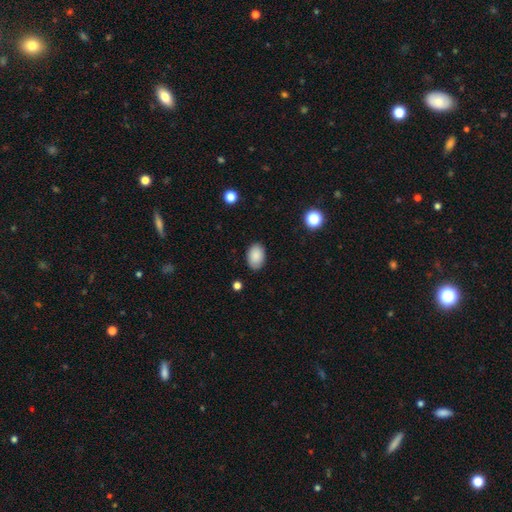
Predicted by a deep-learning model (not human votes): Overall: smooth (89%). How rounded: in between (87%). Merging: none (87%).